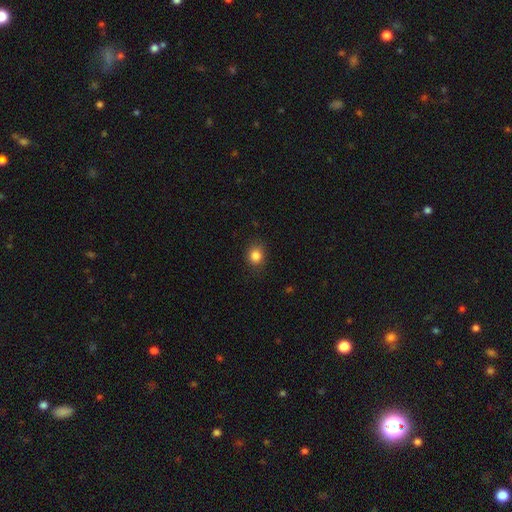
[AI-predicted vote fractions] The model was most divided on "how rounded": round: 70%, in between: 29%, cigar-shaped: 1%. More confident: merging — none (84%); smooth or featured — smooth (84%).